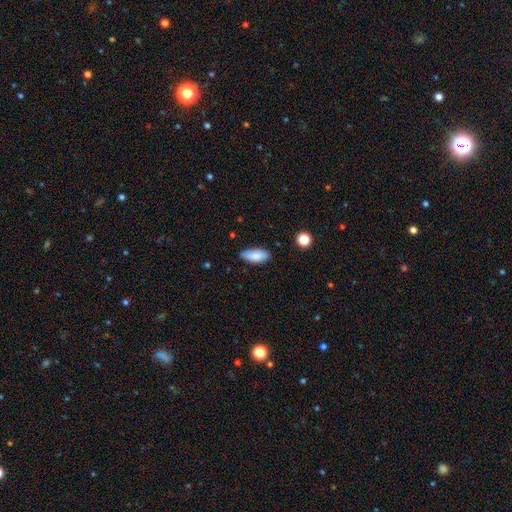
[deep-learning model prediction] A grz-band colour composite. It shows a smooth galaxy with no disk features (85%) that is in between round and cigar-shaped (86%). Merging: none (79%).